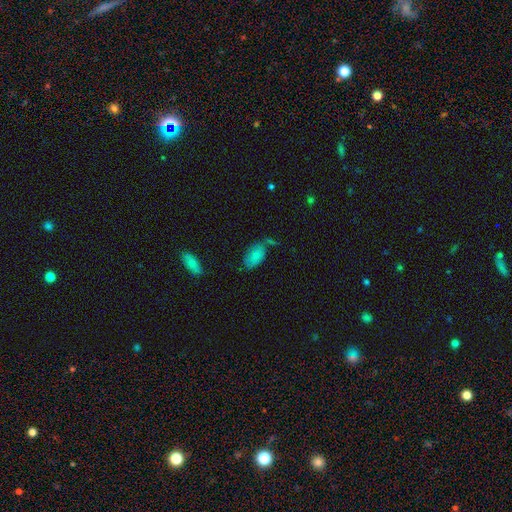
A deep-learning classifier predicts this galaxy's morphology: Smooth or featured: smooth — 82% (featured or disk — 11%)
How rounded: in between — 94% (round — 3%)
Merging: none — 58% (minor disturbance — 23%)